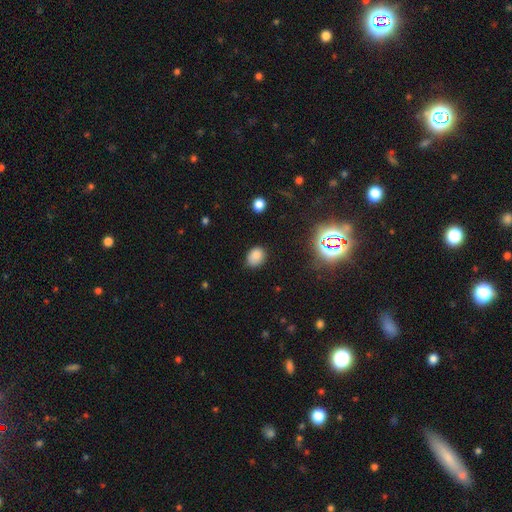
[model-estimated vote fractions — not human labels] Morphology: type=smooth (81%); roundness=in between (59%); merging=none (77%).